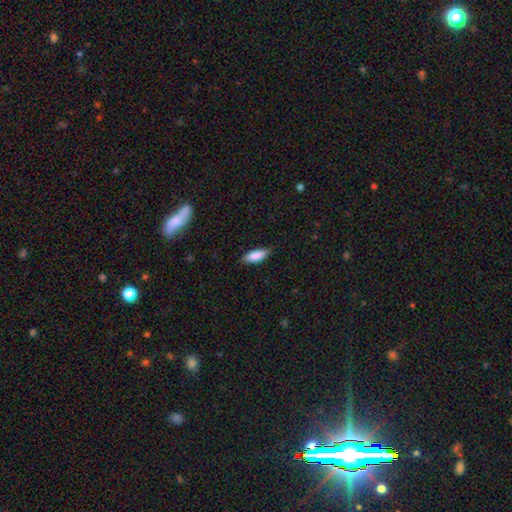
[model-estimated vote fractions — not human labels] Morphology: type=smooth (86%); roundness=in between (72%); merging=none (80%).